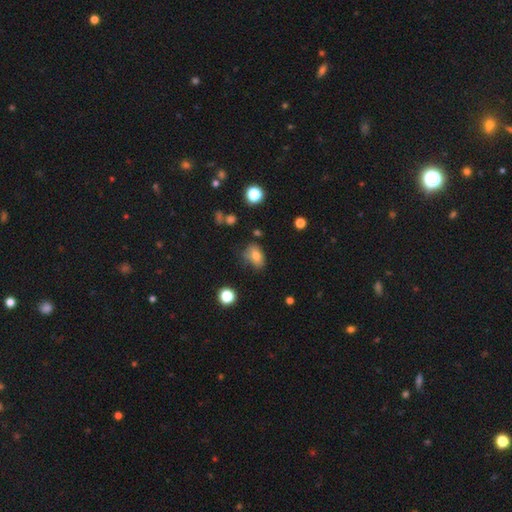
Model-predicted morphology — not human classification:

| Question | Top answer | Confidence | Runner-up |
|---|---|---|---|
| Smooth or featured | smooth | 75% | featured or disk (13%) |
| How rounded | in between | 79% | round (19%) |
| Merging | none | 59% | minor disturbance (28%) |